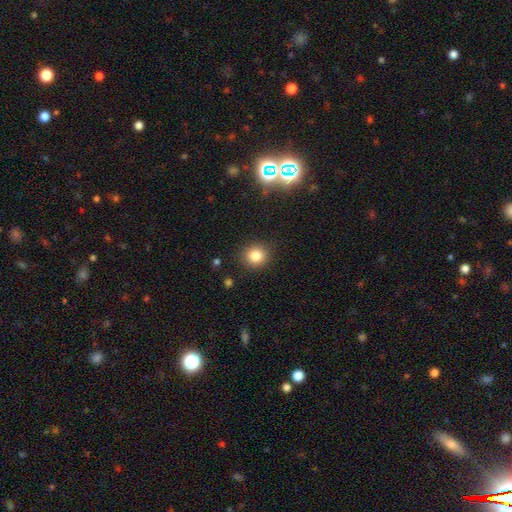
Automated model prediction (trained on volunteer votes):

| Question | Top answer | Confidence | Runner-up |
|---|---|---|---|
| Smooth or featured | smooth | 82% | star or artifact (12%) |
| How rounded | round | 87% | in between (12%) |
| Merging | none | 89% | minor disturbance (7%) |